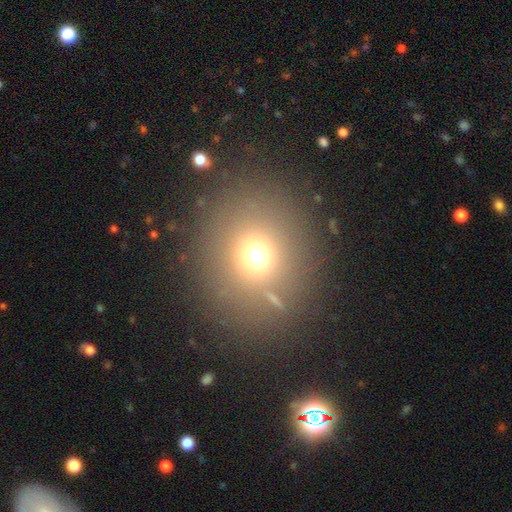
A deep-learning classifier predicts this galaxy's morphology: type=smooth (66%); roundness=round (86%); merging=none (78%).